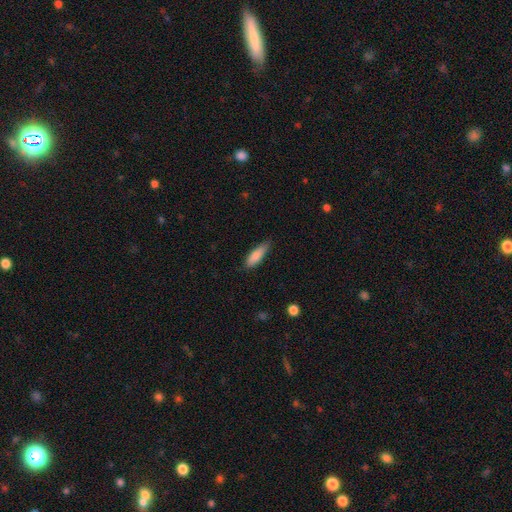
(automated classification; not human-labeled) A smooth galaxy with no disk features (85%) that is in between round and cigar-shaped (49%, tied with cigar-shaped). Merging: none (72%).